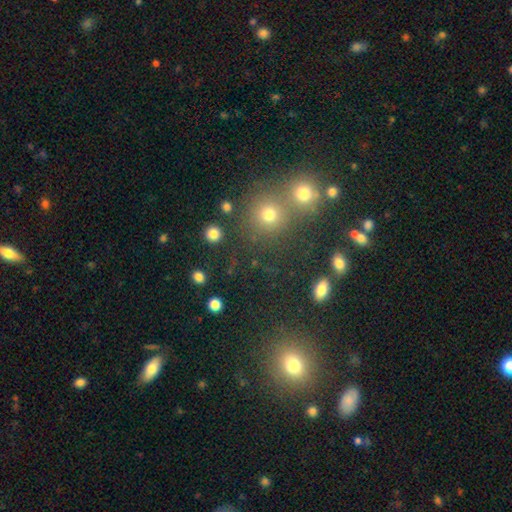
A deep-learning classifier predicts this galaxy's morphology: A smooth galaxy with no disk features (50%) that is round (87%). Merging: none (65%).